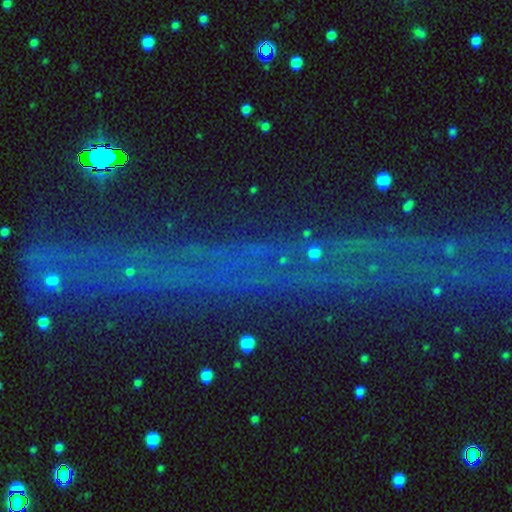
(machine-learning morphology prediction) Smooth or featured: star or artifact — 73% (featured or disk — 15%)